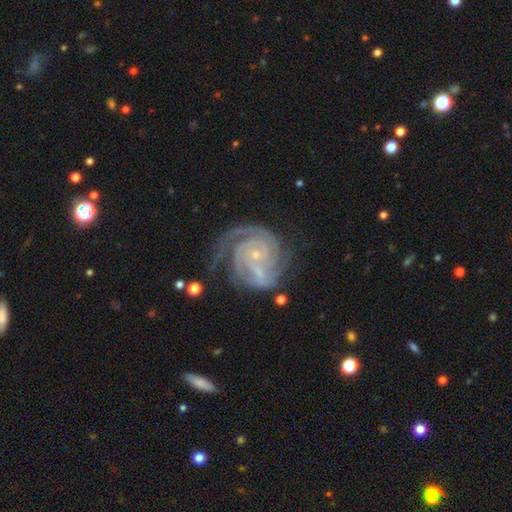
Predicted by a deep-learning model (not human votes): Smooth or featured: featured or disk — 90% (star or artifact — 5%)
Edge-on disk: no — 98% (yes — 2%)
Bar: no — 62% (weak — 26%)
Spiral arms: yes — 98% (no — 2%)
Spiral winding: tight — 74% (medium — 22%)
Spiral arm count: 3 — 33% (2 — 27%)
Bulge size: small — 83% (moderate — 12%)
Merging: none — 60% (minor disturbance — 21%)